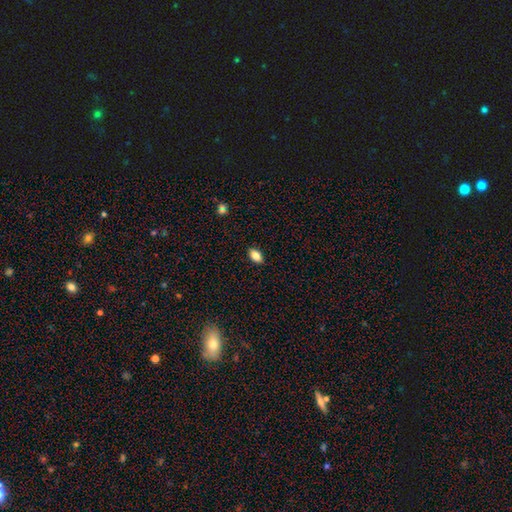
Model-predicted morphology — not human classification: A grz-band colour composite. It shows a smooth galaxy with no disk features (84%) that is in between round and cigar-shaped (90%). Merging: none (89%).